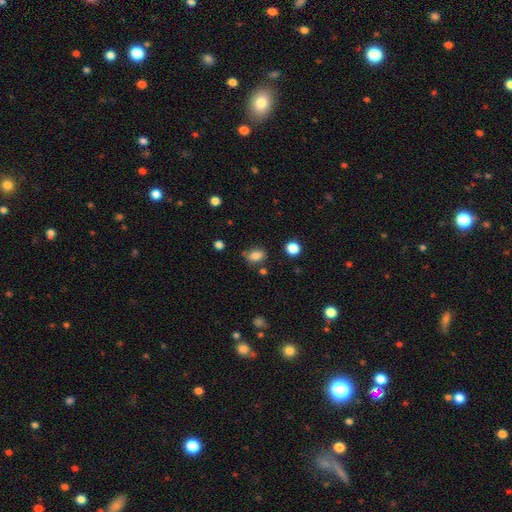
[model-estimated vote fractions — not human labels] Smooth or featured? smooth (84%)
How rounded? in between (76%)
Merging? none (72%)